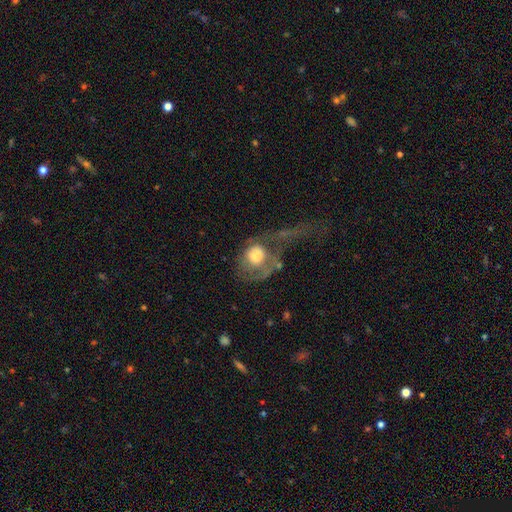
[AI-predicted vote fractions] Overall: smooth (49%; featured or disk 42%). Merging: major disturbance (61%).